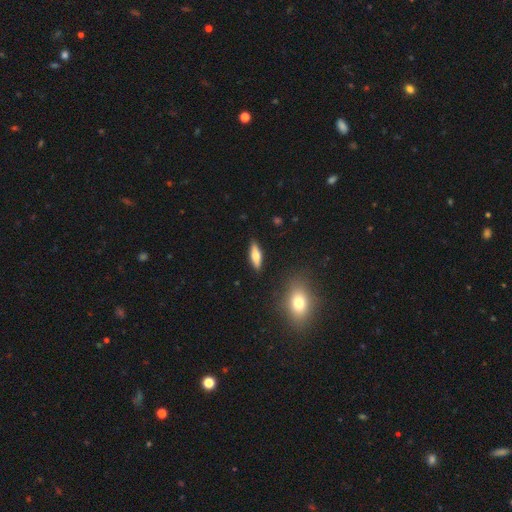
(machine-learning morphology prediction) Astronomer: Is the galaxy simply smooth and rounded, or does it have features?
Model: smooth — 63%.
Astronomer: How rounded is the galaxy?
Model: cigar-shaped — 52% (runner-up: in between, 45%).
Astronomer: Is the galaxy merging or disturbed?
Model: none — 88%.